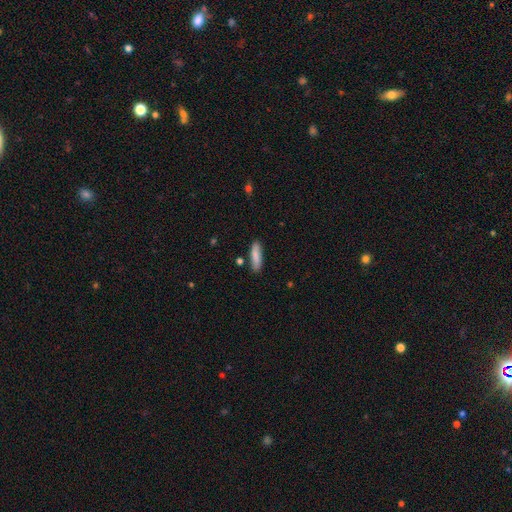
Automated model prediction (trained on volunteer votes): Smooth or featured? Predicted: smooth (p=0.84). How rounded? Predicted: cigar-shaped (p=0.63). Merging? Predicted: none (p=0.83).